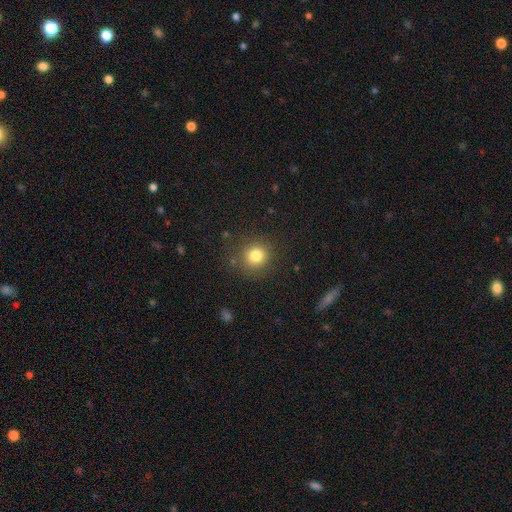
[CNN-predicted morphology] smooth 81%, star or artifact 13%, featured or disk 7%. Down the decision tree: how rounded — round (89%); merging — none (85%).